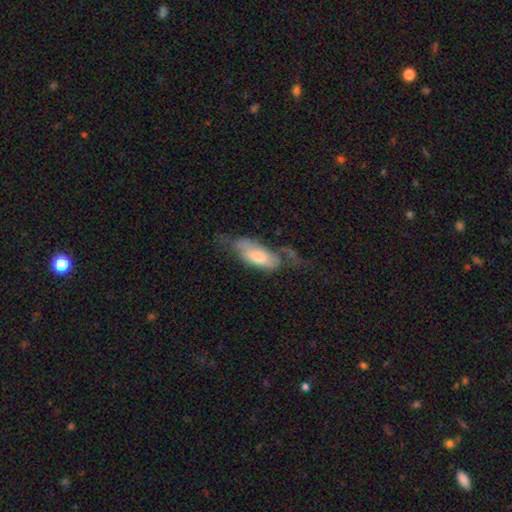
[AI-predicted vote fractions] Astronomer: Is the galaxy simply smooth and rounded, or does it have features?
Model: smooth — 53% (runner-up: featured or disk, 40%).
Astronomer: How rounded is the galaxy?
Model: in between — 76%.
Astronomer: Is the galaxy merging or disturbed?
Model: none — 34% (runner-up: major disturbance, 33%).